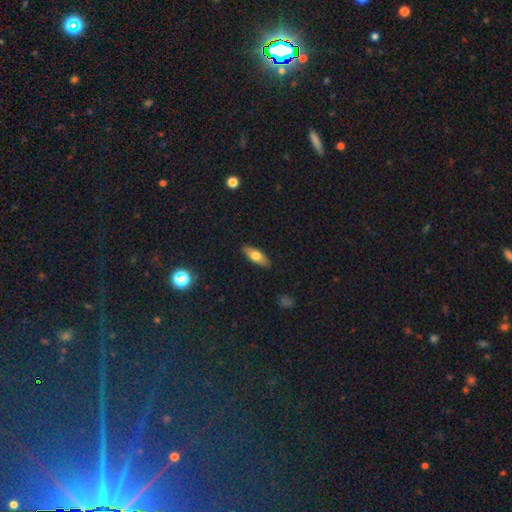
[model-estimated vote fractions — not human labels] Smooth or featured: smooth — 68% (featured or disk — 25%)
How rounded: in between — 71% (cigar-shaped — 26%)
Merging: none — 88% (minor disturbance — 9%)